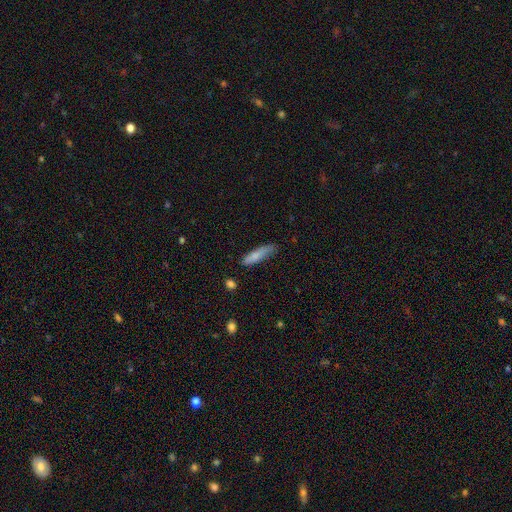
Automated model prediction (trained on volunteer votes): This is likely a smooth galaxy (79%). How rounded: likely cigar-shaped (78%). Merging: likely none (67%).